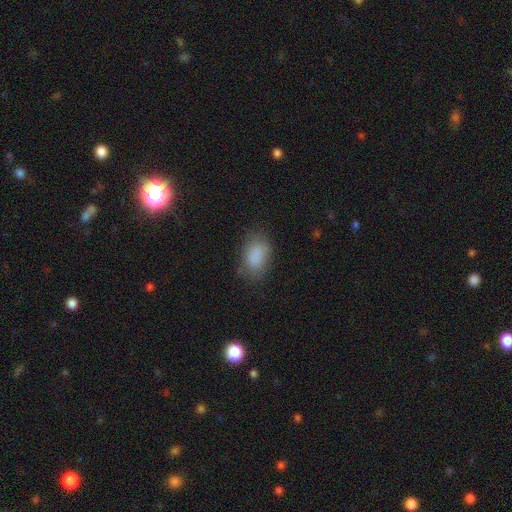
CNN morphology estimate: smooth-or-featured: smooth: 86% | star or artifact: 8% | featured or disk: 6%
  how-rounded: in between: 88% | round: 10% | cigar-shaped: 2%
  merging: none: 75% | minor disturbance: 18% | major disturbance: 6% | merger: 1%